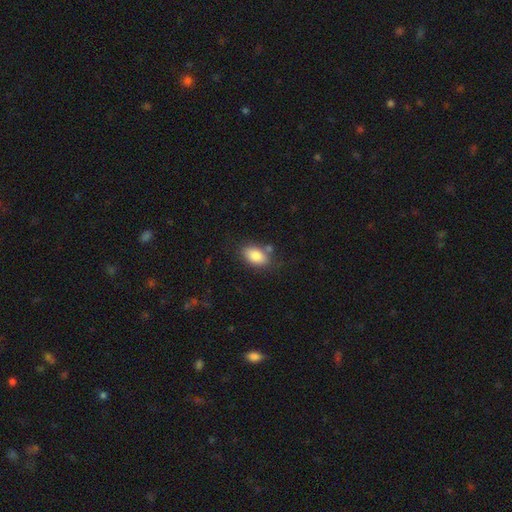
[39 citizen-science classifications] smooth 82%, featured or disk 10%, star or artifact 8%. Down the decision tree: how rounded — in between (88%); merging — none (67%).